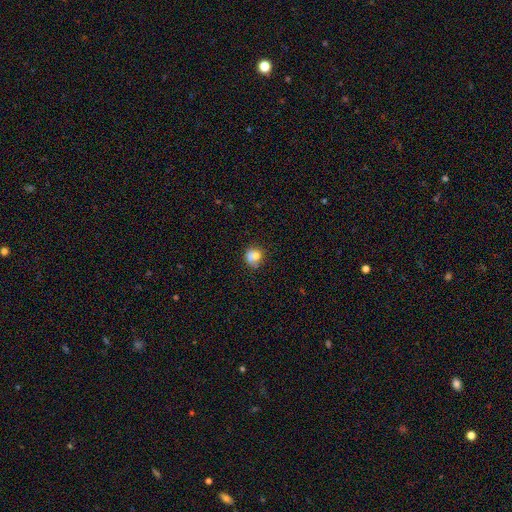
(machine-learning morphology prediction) smooth_or_featured: smooth (p=0.77) [alt: featured or disk p=0.13]
how_rounded: round (p=0.76) [alt: in between p=0.23]
merging: none (p=0.49) [alt: merger p=0.24]